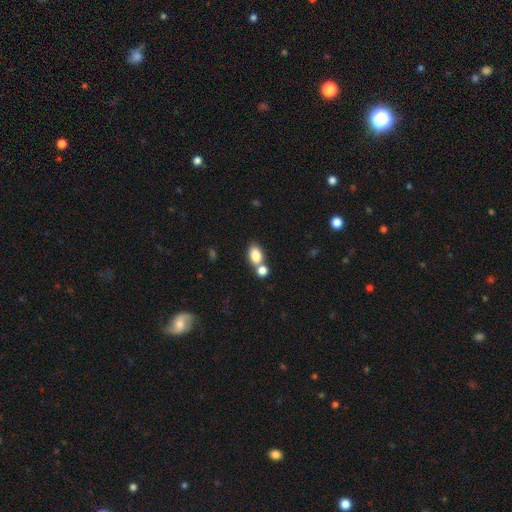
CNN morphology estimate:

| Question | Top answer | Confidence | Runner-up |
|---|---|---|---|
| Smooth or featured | smooth | 83% | star or artifact (9%) |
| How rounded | in between | 83% | round (15%) |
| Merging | none | 46% | merger (40%) |